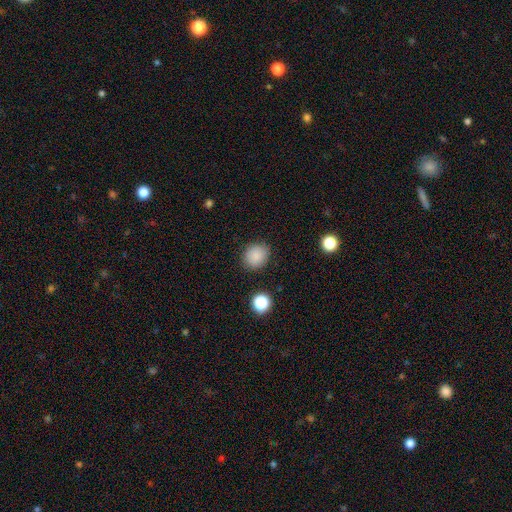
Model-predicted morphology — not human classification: Overall: smooth (86%). How rounded: round (76%). Merging: none (86%).